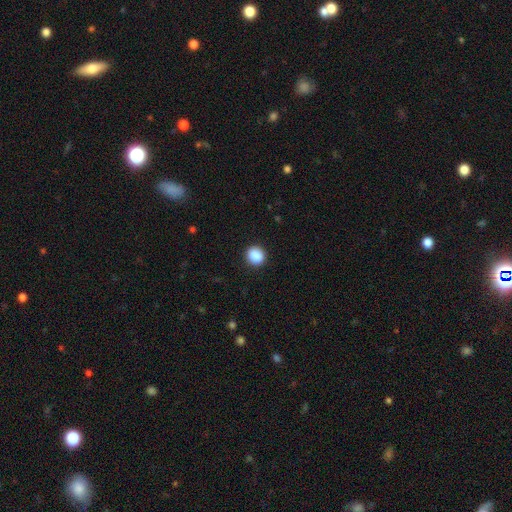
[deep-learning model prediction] Q: Smooth or featured?
A: smooth (88%); runner-up: star or artifact (9%)
Q: How rounded?
A: round (81%); runner-up: in between (18%)
Q: Merging?
A: none (89%); runner-up: minor disturbance (8%)